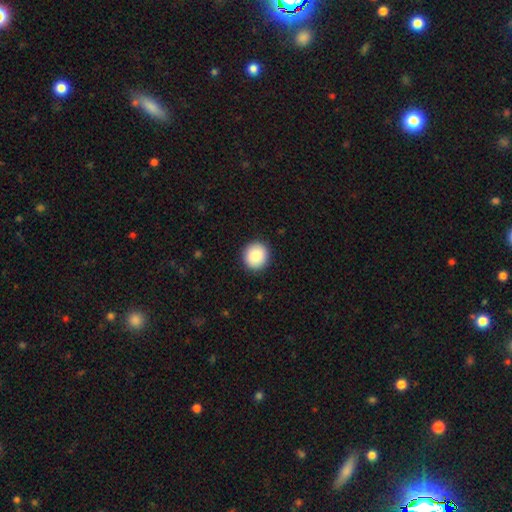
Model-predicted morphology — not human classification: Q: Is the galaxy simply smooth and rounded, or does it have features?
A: smooth — 88%.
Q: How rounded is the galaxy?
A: round — 87%.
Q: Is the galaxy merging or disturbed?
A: none — 92%.